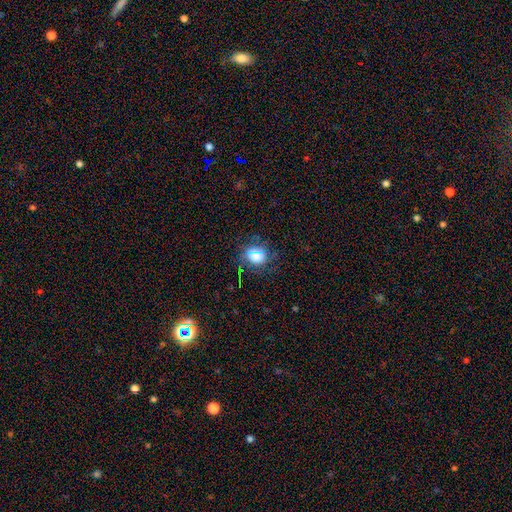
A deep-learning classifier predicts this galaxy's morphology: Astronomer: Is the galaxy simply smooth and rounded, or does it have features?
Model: smooth — 67%.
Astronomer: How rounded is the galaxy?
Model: round — 56% (runner-up: in between, 42%).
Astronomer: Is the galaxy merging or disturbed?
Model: none — 73%.